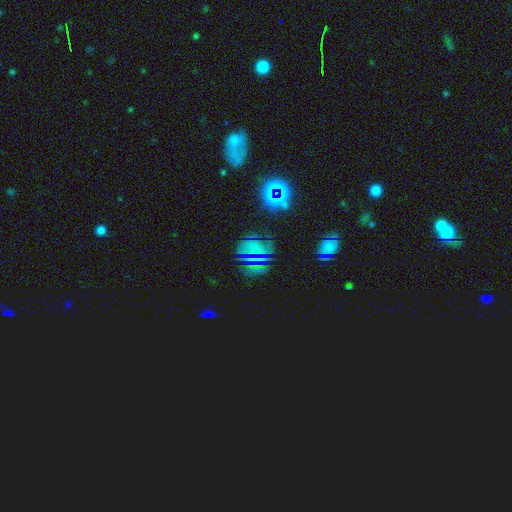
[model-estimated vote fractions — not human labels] star or artifact 53%, smooth 27%, featured or disk 20%.